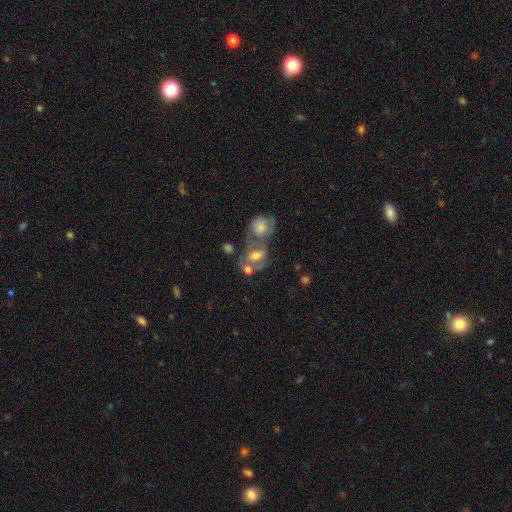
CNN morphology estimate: Smooth or featured: featured or disk — 47% (smooth — 41%)
Merging: merger — 58% (none — 23%)